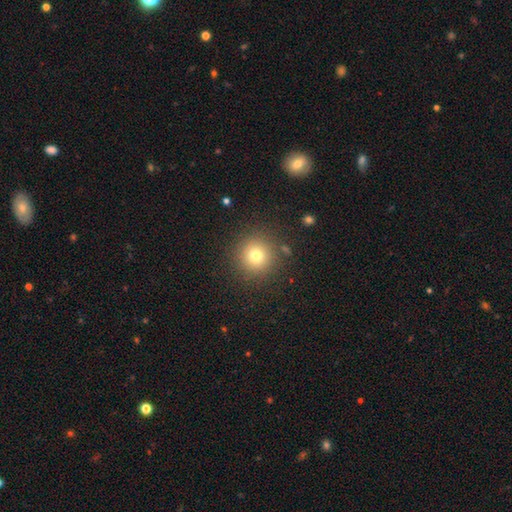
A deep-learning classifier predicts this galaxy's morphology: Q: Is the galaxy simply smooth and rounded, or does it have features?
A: smooth — 75%.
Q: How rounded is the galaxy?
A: round — 95%.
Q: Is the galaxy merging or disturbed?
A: none — 88%.